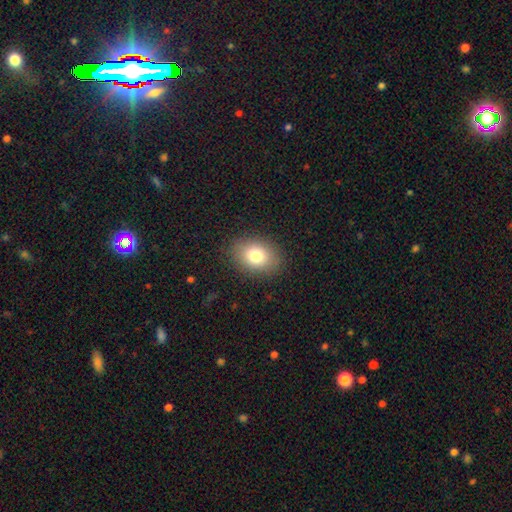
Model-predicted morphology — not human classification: type=smooth (79%); roundness=in between (68%); merging=none (88%).